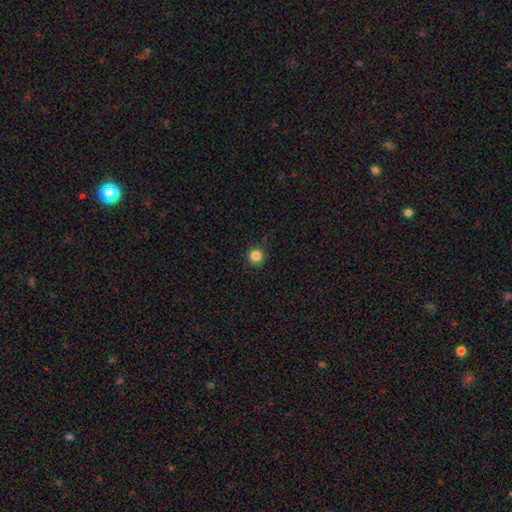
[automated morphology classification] A smooth galaxy with no disk features (85%) that is round (96%). Merging: none (91%).